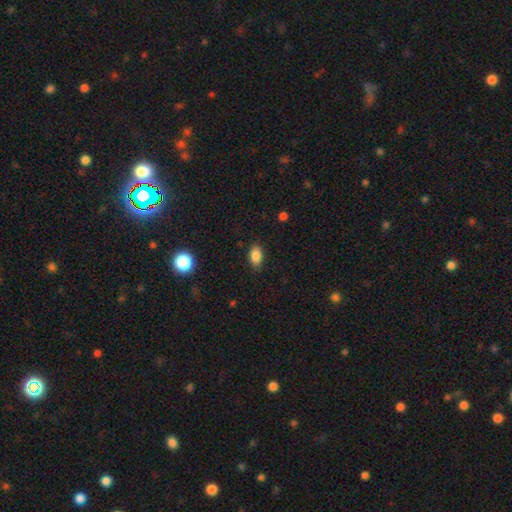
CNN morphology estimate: smooth-or-featured: smooth: 85% | star or artifact: 9% | featured or disk: 5%
  how-rounded: in between: 87% | round: 11% | cigar-shaped: 2%
  merging: none: 86% | minor disturbance: 10% | major disturbance: 3% | merger: 1%